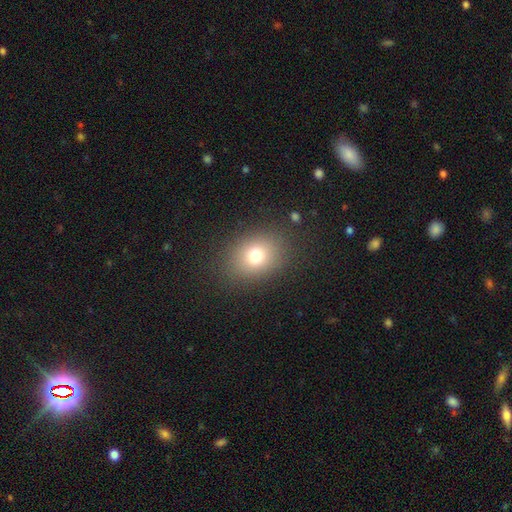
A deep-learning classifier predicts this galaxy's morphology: type=smooth (74%); roundness=round (51%); merging=none (86%).